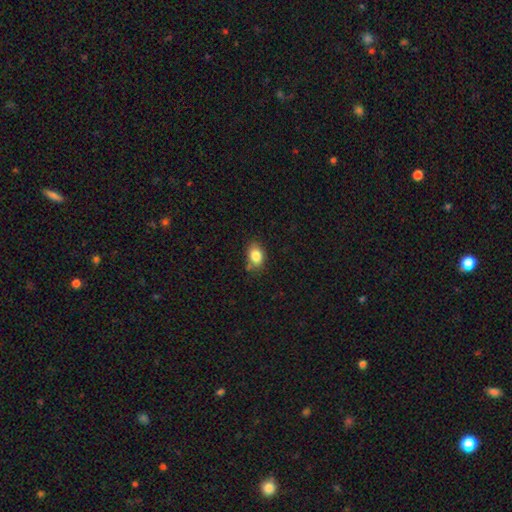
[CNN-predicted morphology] This appears to be a smooth galaxy with no disk features (85%) that is in between round and cigar-shaped (76%). Merging: none (72%).